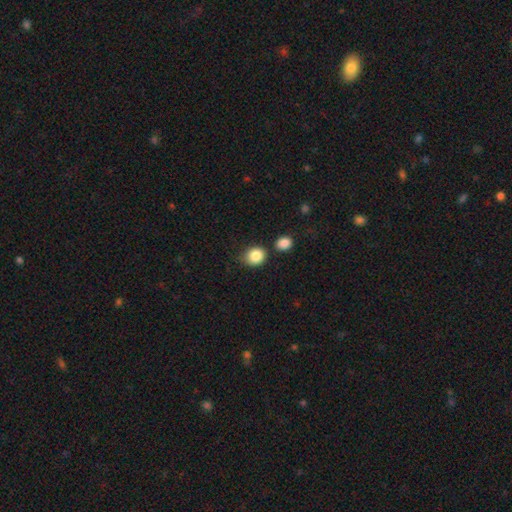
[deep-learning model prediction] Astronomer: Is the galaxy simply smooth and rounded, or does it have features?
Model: smooth — 86%.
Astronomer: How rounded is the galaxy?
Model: round — 70%.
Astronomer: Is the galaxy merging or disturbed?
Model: none — 70%.